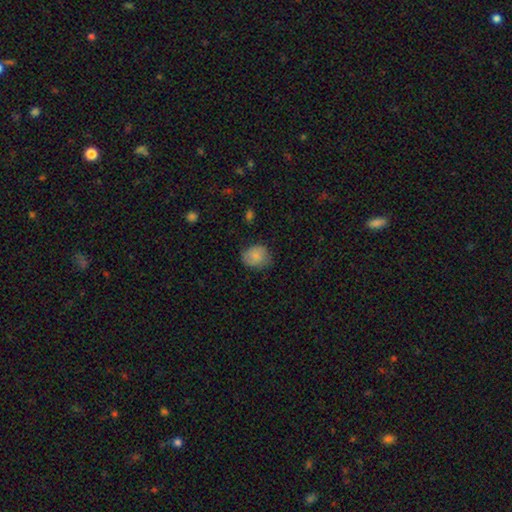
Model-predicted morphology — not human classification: Q: Smooth or featured?
A: smooth (77%); runner-up: featured or disk (15%)
Q: How rounded?
A: round (63%); runner-up: in between (36%)
Q: Merging?
A: none (69%); runner-up: minor disturbance (24%)